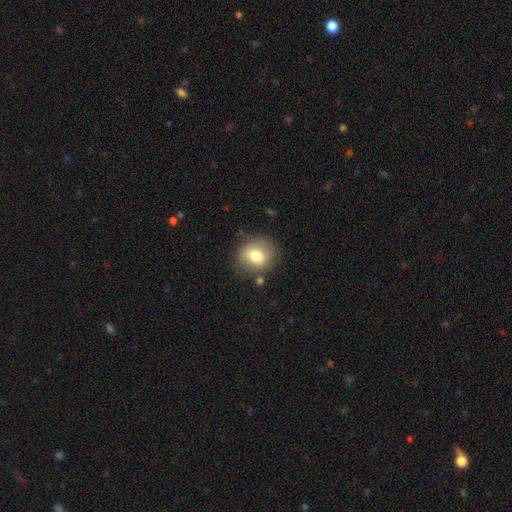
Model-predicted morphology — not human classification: Smooth or featured? smooth (72%)
How rounded? round (73%)
Merging? none (78%)